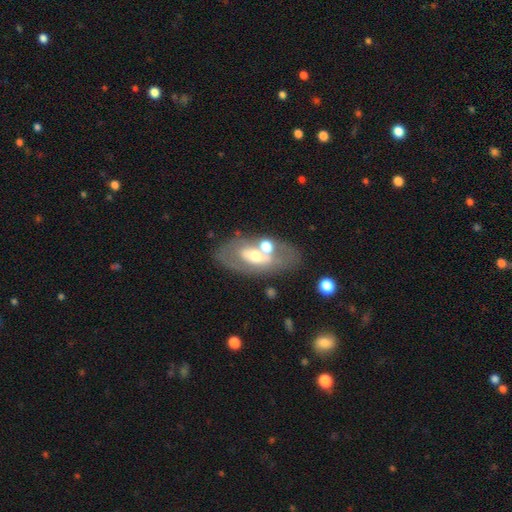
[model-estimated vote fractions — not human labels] Smooth or featured? Predicted: featured or disk (p=0.61). Edge-on disk? Predicted: no (p=0.89). Bar? Predicted: no (p=0.64). Spiral arms? Predicted: no (p=0.79). Bulge size? Predicted: moderate (p=0.65). Merging? Predicted: none (p=0.59).